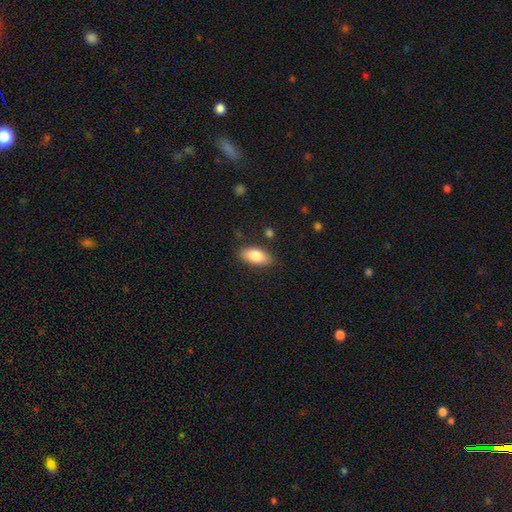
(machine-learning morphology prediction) Smooth or featured? Predicted: smooth (p=0.84). How rounded? Predicted: in between (p=0.90). Merging? Predicted: none (p=0.83).